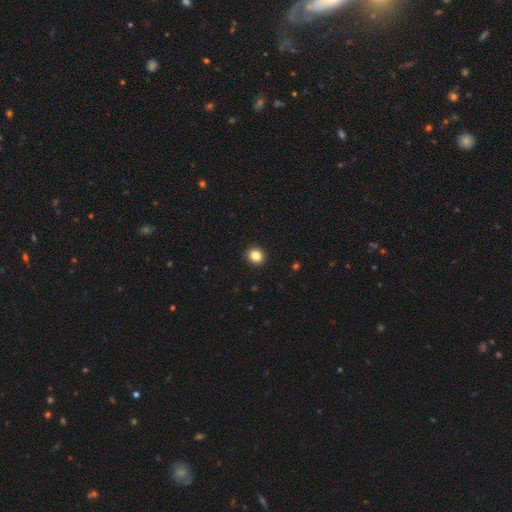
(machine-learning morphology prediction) A smooth galaxy with no disk features (85%) that is round (83%). Merging: none (92%).